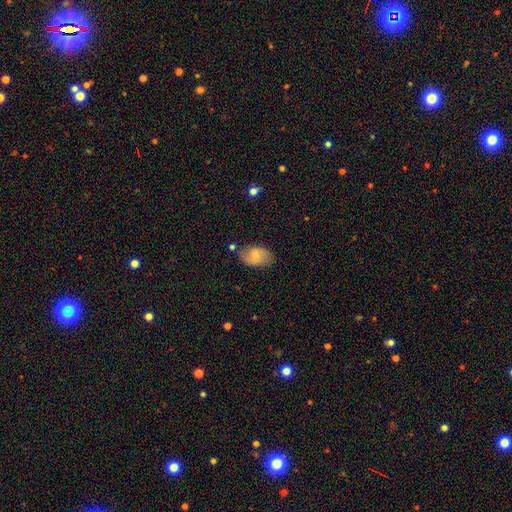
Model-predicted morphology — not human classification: type=smooth (59%); roundness=in between (91%); merging=none (71%).